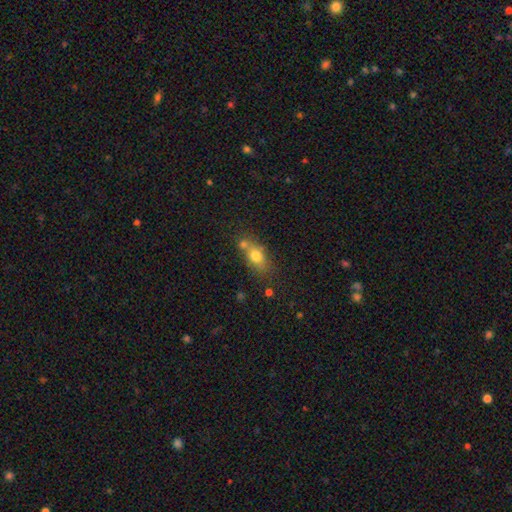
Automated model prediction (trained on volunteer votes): Overall: smooth (73%). How rounded: in between (65%; round 26%). Merging: none (49%; merger 29%).